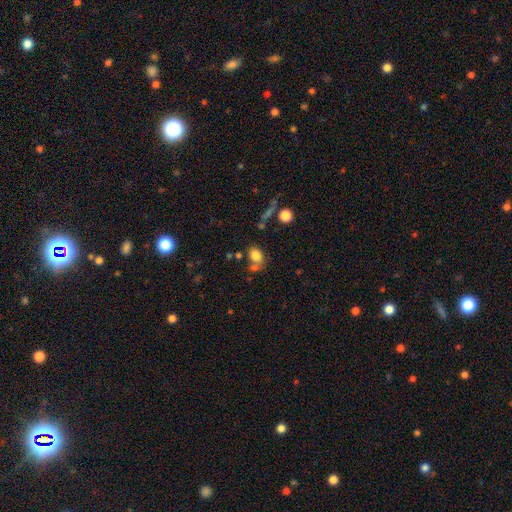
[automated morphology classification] Q: Smooth or featured?
A: smooth (80%); runner-up: star or artifact (11%)
Q: How rounded?
A: in between (67%); runner-up: round (31%)
Q: Merging?
A: none (56%); runner-up: merger (22%)